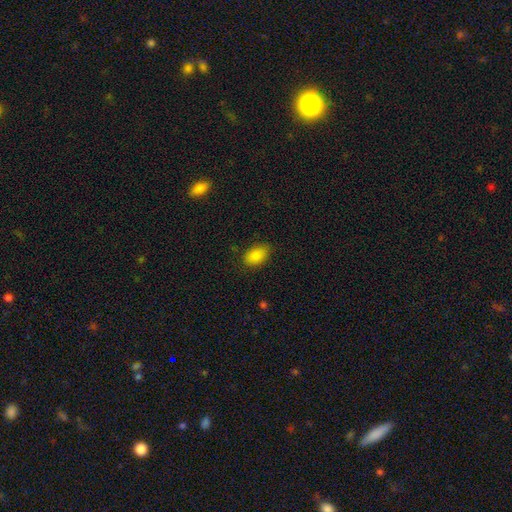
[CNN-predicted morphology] Smooth or featured? Predicted: smooth (p=0.87). How rounded? Predicted: in between (p=0.90). Merging? Predicted: none (p=0.81).